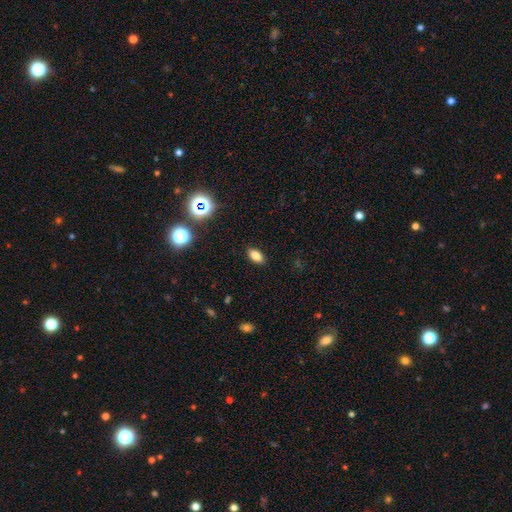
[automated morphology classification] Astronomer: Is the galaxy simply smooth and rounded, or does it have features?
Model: smooth — 80%.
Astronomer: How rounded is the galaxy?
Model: in between — 89%.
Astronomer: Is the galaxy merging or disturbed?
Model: none — 88%.